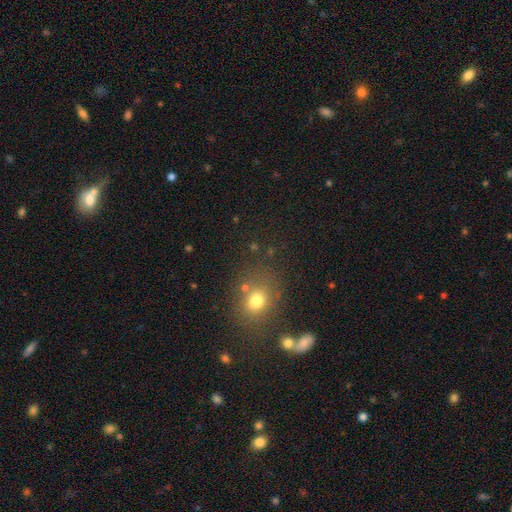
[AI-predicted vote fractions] Smooth or featured? Predicted: smooth (p=0.55). How rounded? Predicted: round (p=0.69). Merging? Predicted: none (p=0.75).